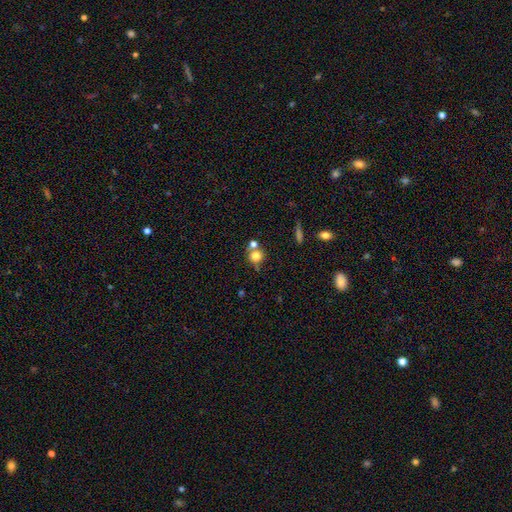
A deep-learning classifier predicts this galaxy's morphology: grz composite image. It shows a smooth galaxy with no disk features (77%) that is round (87%). Merging: none (54%).